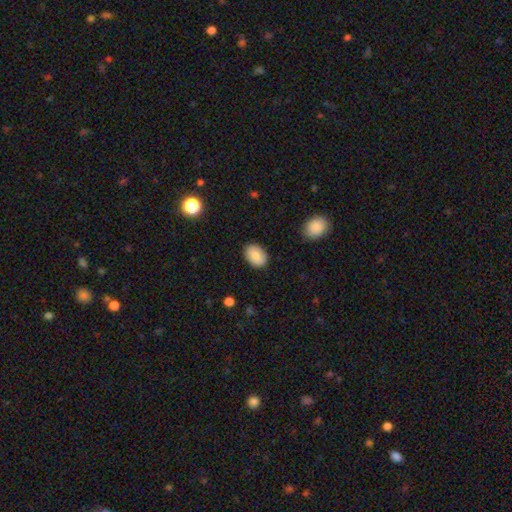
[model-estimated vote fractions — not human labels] smooth-or-featured: smooth: 87% | star or artifact: 7% | featured or disk: 6%
  how-rounded: in between: 81% | round: 18% | cigar-shaped: 1%
  merging: none: 88% | minor disturbance: 9% | major disturbance: 2% | merger: 1%